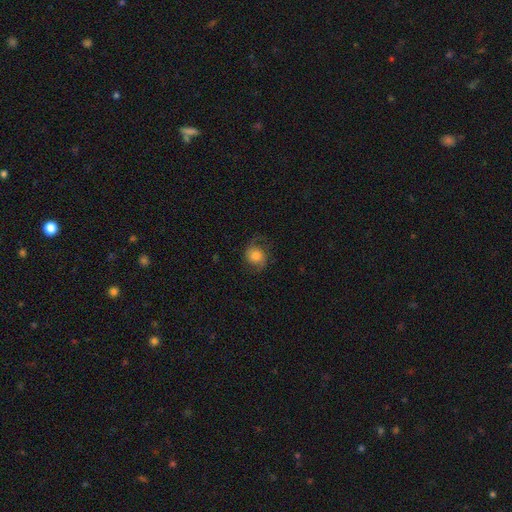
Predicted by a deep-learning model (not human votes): A featured or disk galaxy (50%). Merging: none (70%).